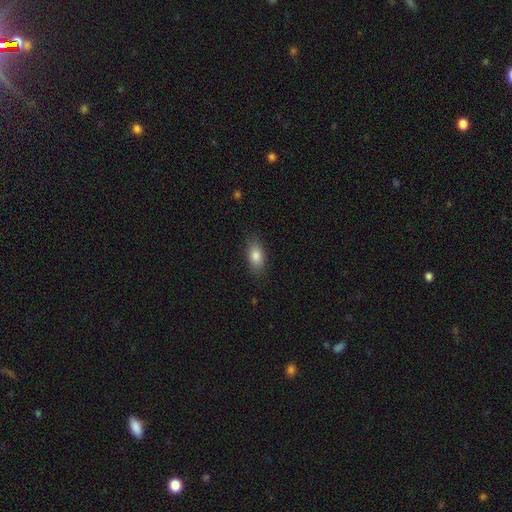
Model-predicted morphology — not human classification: Overall: smooth (84%). How rounded: in between (89%). Merging: none (85%).